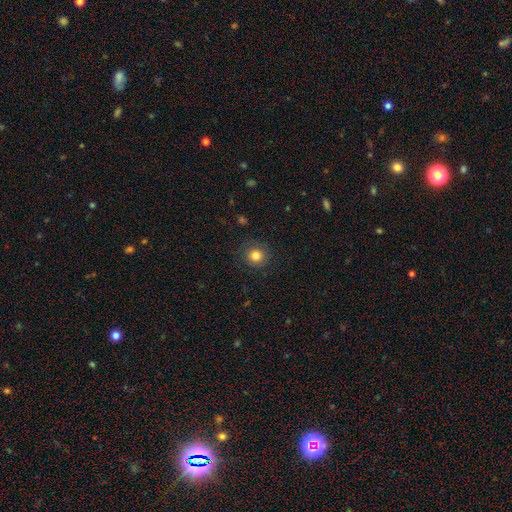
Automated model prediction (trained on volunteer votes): smooth-or-featured: smooth: 82% | star or artifact: 12% | featured or disk: 6%
  how-rounded: round: 91% | in between: 8% | cigar-shaped: 1%
  merging: none: 87% | minor disturbance: 8% | major disturbance: 3% | merger: 1%